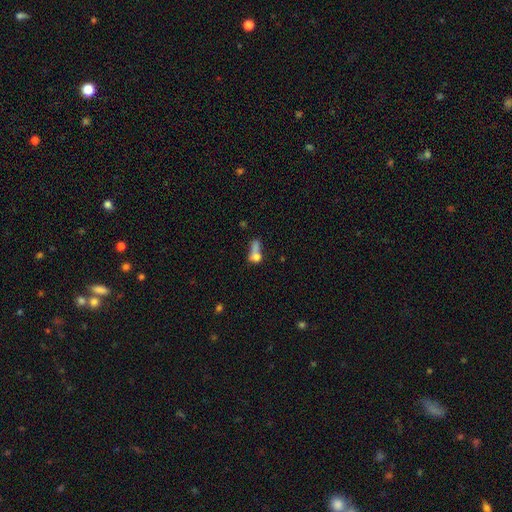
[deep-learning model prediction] A smooth galaxy with no disk features (68%) that is in between round and cigar-shaped (47%). Merging: merger (50%).